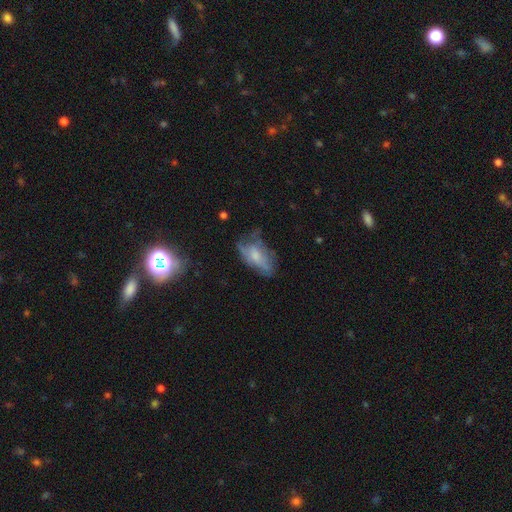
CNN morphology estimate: Smooth or featured? smooth (47%)
Merging? none (41%)